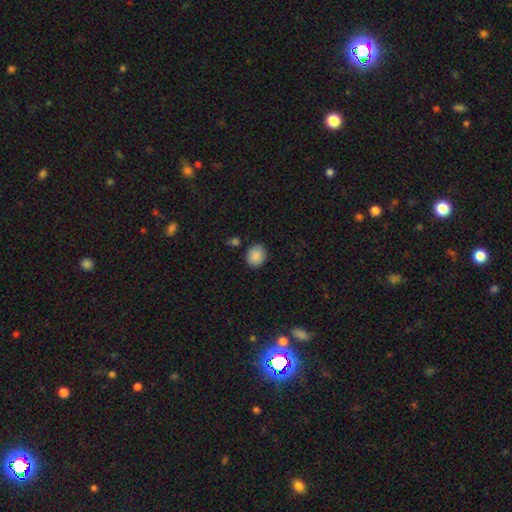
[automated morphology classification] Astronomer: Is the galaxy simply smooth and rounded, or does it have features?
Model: smooth — 88%.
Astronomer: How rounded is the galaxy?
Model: round — 65%.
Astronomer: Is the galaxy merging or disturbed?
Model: none — 84%.